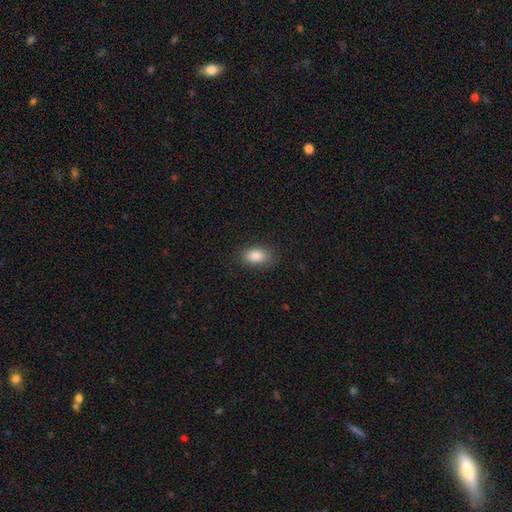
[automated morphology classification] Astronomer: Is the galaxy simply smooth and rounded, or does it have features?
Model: smooth — 86%.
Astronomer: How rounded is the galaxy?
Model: in between — 88%.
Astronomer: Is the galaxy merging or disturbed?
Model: none — 85%.